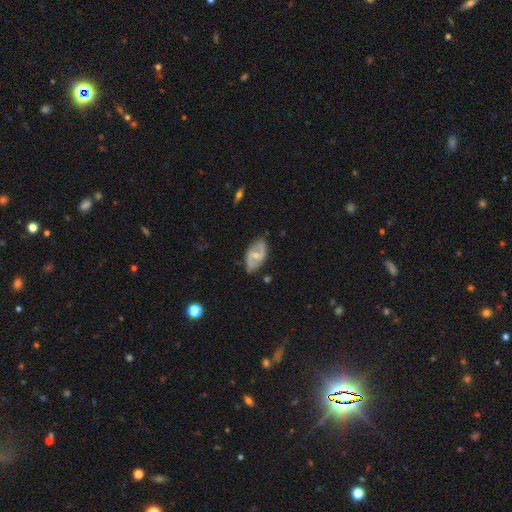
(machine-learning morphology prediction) Q: Smooth or featured?
A: featured or disk (73%); runner-up: smooth (21%)
Q: Edge-on disk?
A: no (95%); runner-up: yes (5%)
Q: Bar?
A: weak (50%); runner-up: no (31%)
Q: Spiral arms?
A: yes (85%); runner-up: no (15%)
Q: Spiral winding?
A: medium (42%); runner-up: loose (41%)
Q: Spiral arm count?
A: 2 (88%); runner-up: can't tell (7%)
Q: Bulge size?
A: small (51%); runner-up: moderate (43%)
Q: Merging?
A: none (78%); runner-up: minor disturbance (17%)